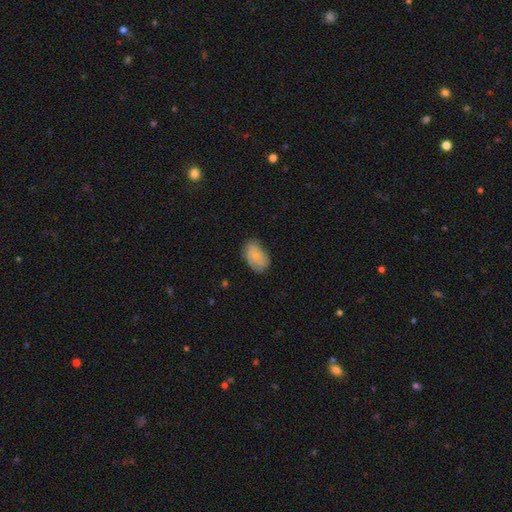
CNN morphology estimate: type=smooth (57%); roundness=in between (87%); merging=none (67%).